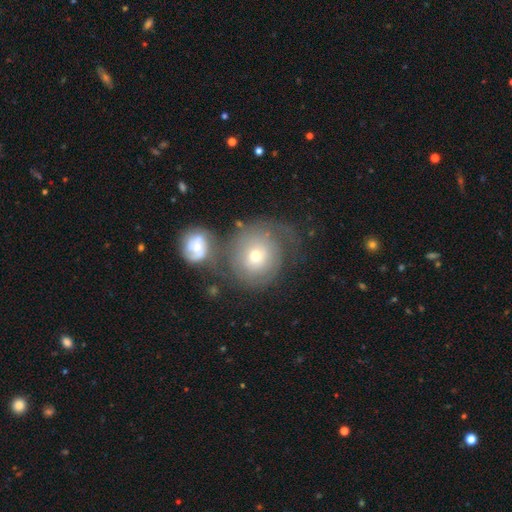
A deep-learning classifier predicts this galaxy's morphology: A smooth galaxy with no disk features (48%).

Vote fractions:
- Smooth or featured? smooth: 48% / featured or disk: 43% / star or artifact: 9%
- Merging? none: 44% / merger: 26% / minor disturbance: 15% / major disturbance: 15%